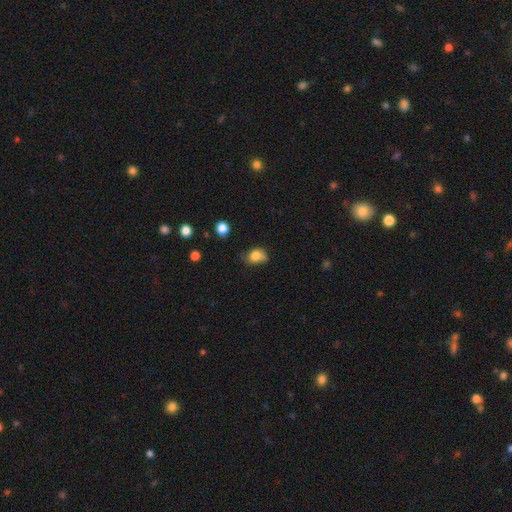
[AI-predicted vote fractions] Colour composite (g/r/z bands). It shows a smooth galaxy with no disk features (76%) that is in between round and cigar-shaped (55%). Merging: none (47%).